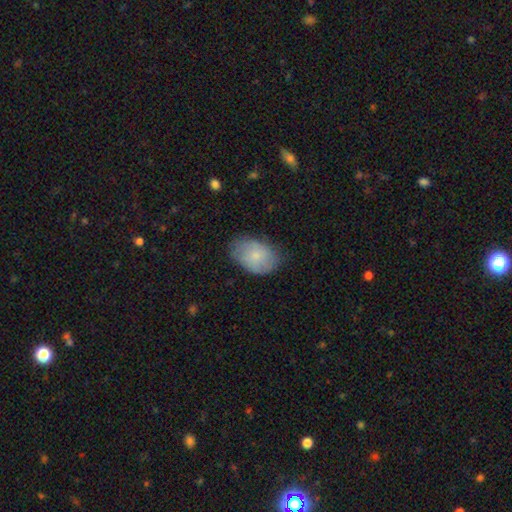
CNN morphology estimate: smooth 74%, featured or disk 19%, star or artifact 7%. Down the decision tree: how rounded — in between (87%); merging — none (70%).